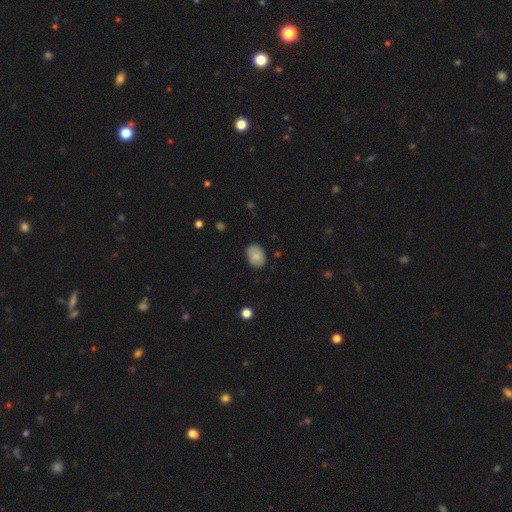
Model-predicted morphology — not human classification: smooth 79%, featured or disk 13%, star or artifact 8%. Down the decision tree: how rounded — in between (68%); merging — none (81%).